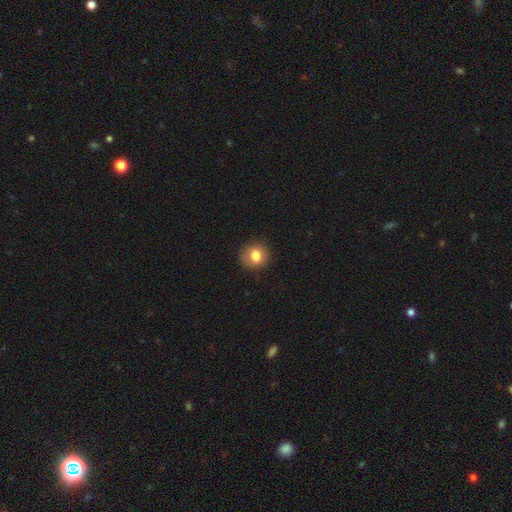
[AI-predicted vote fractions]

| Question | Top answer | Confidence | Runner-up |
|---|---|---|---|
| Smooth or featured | smooth | 80% | featured or disk (10%) |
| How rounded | round | 85% | in between (14%) |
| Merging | none | 86% | minor disturbance (10%) |